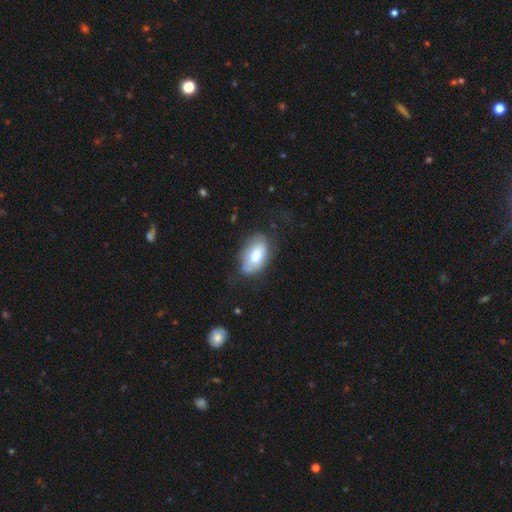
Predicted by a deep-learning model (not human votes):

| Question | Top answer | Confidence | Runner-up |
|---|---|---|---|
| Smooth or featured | smooth | 67% | featured or disk (26%) |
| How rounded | in between | 91% | round (7%) |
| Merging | none | 64% | minor disturbance (25%) |